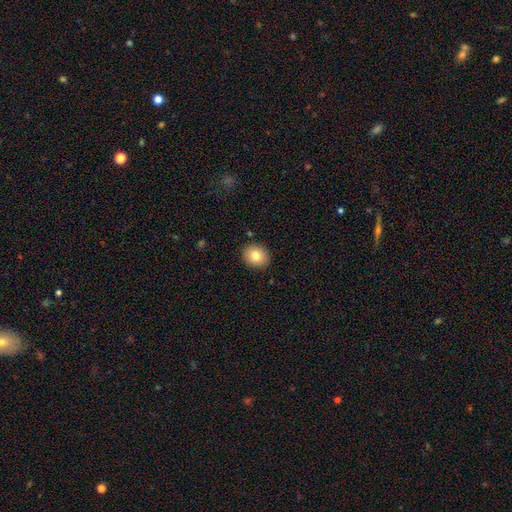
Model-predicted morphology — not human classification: Smooth or featured: smooth — 80% (featured or disk — 10%)
How rounded: round — 70% (in between — 29%)
Merging: none — 90% (minor disturbance — 7%)